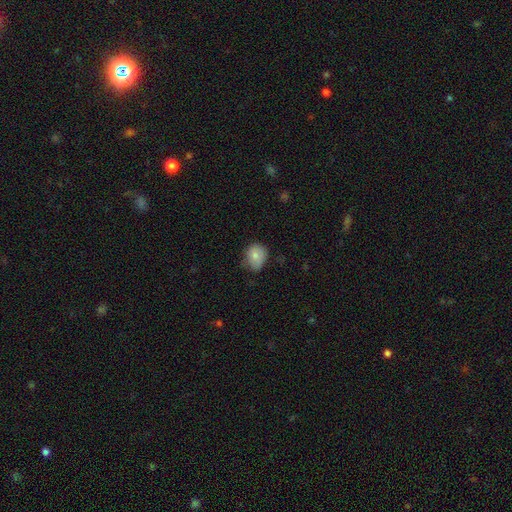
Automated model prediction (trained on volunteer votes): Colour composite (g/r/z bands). It shows a smooth galaxy with no disk features (78%) that is round (56%). Merging: none (54%).